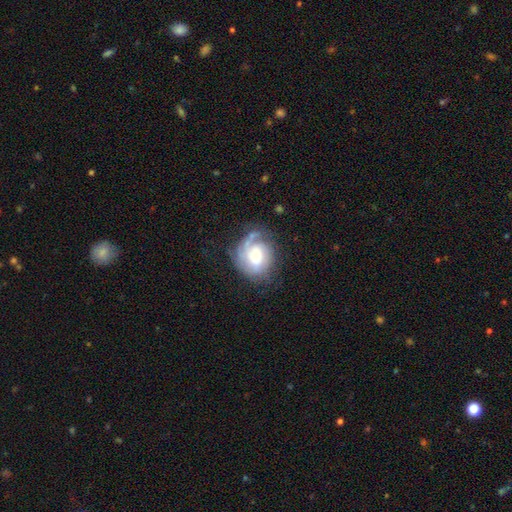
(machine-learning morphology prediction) smooth_or_featured: featured or disk (p=0.67) [alt: smooth p=0.25]
disk_edge_on: no (p=0.97) [alt: yes p=0.03]
bar: no (p=0.65) [alt: weak p=0.29]
has_spiral_arms: yes (p=0.87) [alt: no p=0.13]
spiral_winding: tight (p=0.55) [alt: medium p=0.31]
spiral_arm_count: can't tell (p=0.30) [alt: 1 p=0.29]
bulge_size: moderate (p=0.44) [alt: small p=0.40]
merging: none (p=0.57) [alt: minor disturbance p=0.23]